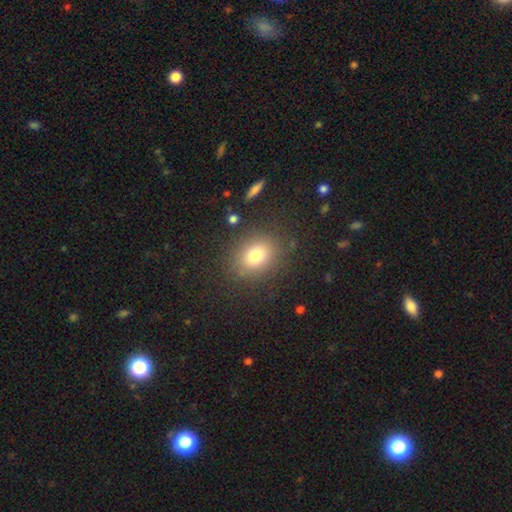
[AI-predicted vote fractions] Smooth or featured? smooth (76%)
How rounded? in between (52%)
Merging? none (83%)